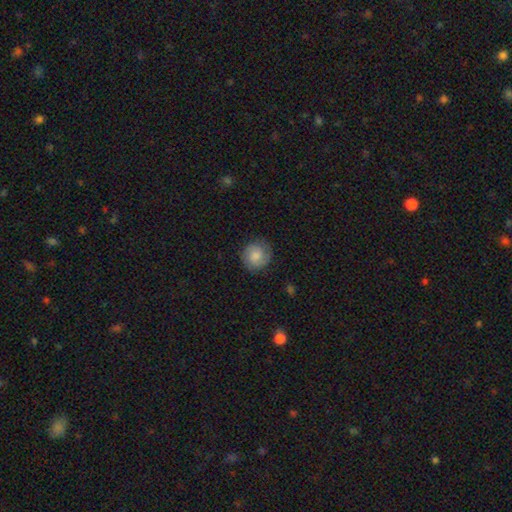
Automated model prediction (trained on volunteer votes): A smooth galaxy with no disk features (60%) that is round (87%). Merging: none (82%).